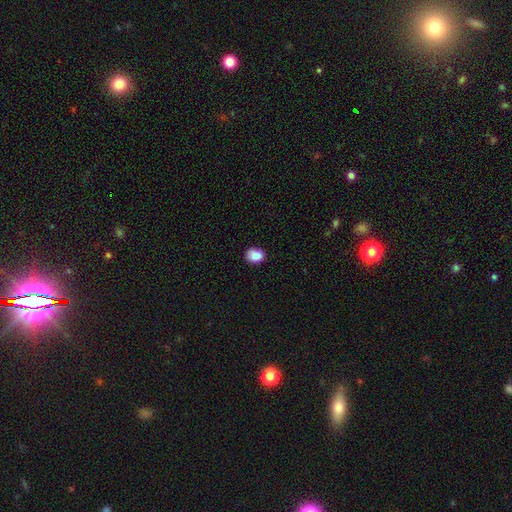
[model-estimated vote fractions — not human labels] smooth-or-featured: smooth: 86% | star or artifact: 9% | featured or disk: 5%
  how-rounded: in between: 61% | round: 38% | cigar-shaped: 1%
  merging: none: 74% | minor disturbance: 20% | major disturbance: 4% | merger: 2%